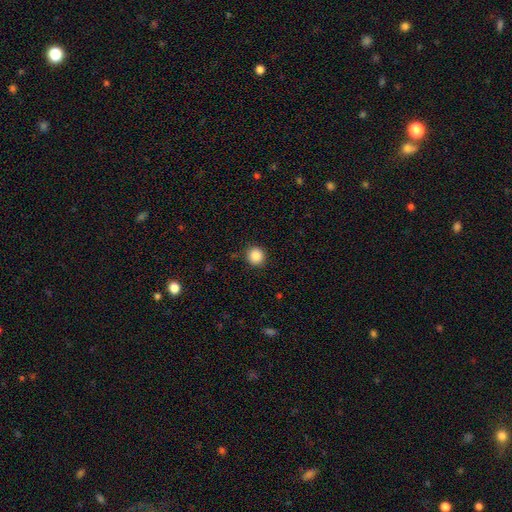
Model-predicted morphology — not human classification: Overall: smooth (88%). How rounded: round (92%). Merging: none (90%).